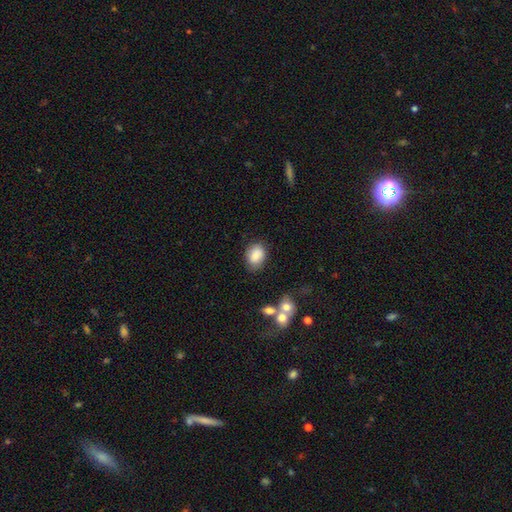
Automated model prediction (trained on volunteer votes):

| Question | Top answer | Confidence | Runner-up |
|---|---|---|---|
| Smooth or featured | smooth | 84% | featured or disk (8%) |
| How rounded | in between | 71% | round (28%) |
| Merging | none | 76% | minor disturbance (16%) |